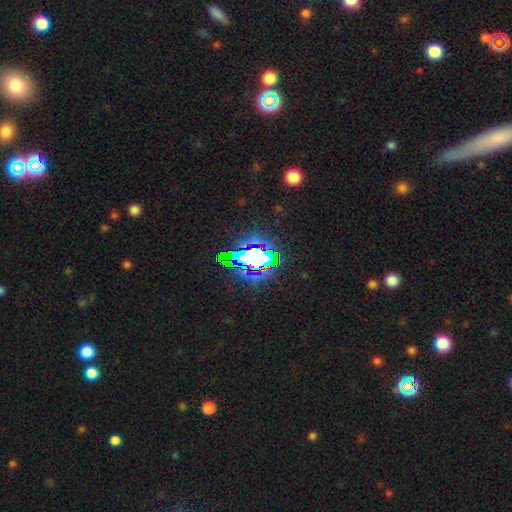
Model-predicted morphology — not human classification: Smooth or featured? Predicted: star or artifact (p=0.68).